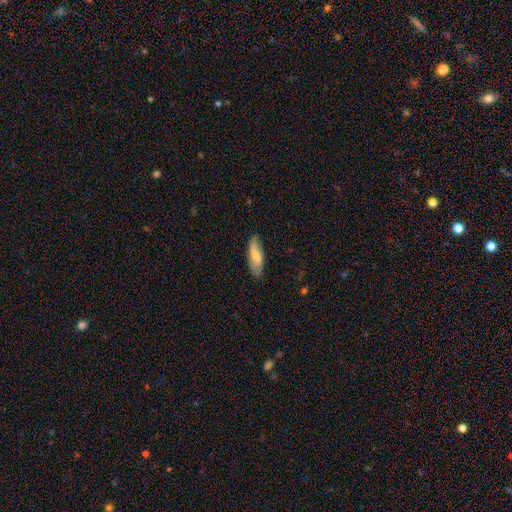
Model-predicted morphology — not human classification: The model was most divided on "how rounded": in between: 67%, cigar-shaped: 31%, round: 2%. More confident: merging — none (79%); smooth or featured — smooth (71%).